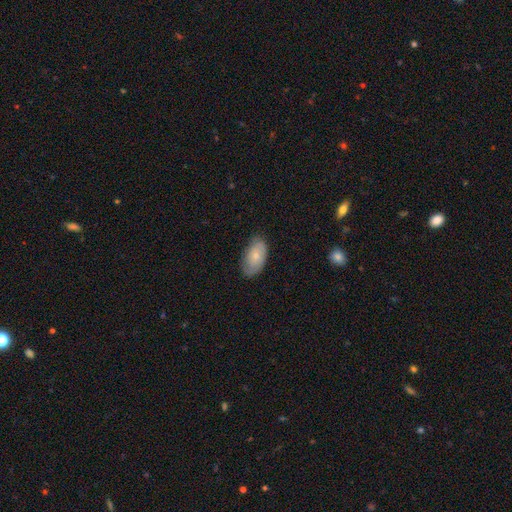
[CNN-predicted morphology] Smooth or featured: smooth — 70% (featured or disk — 24%)
How rounded: in between — 94% (round — 4%)
Merging: none — 73% (minor disturbance — 22%)